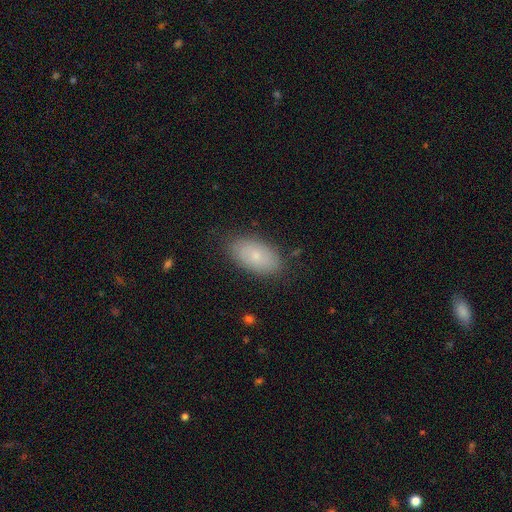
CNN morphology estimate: smooth_or_featured: smooth (p=0.75) [alt: featured or disk p=0.17]
how_rounded: in between (p=0.94) [alt: round p=0.04]
merging: none (p=0.83) [alt: minor disturbance p=0.13]